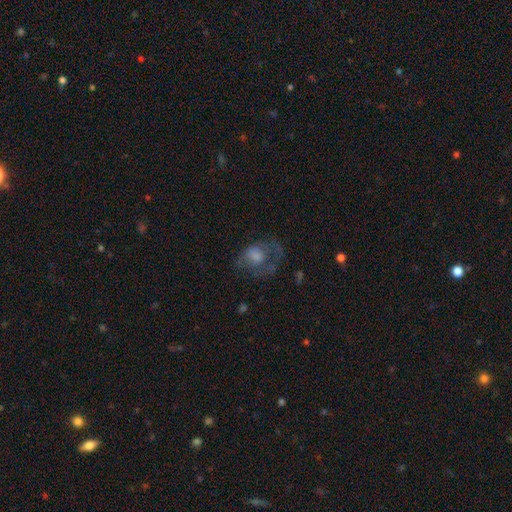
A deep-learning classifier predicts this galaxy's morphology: Smooth or featured? Predicted: featured or disk (p=0.46). Merging? Predicted: none (p=0.41).